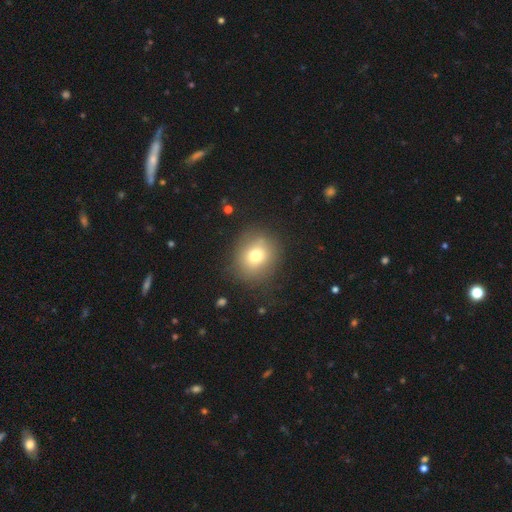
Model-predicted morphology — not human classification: smooth_or_featured: smooth (p=0.75) [alt: featured or disk p=0.13]
how_rounded: round (p=0.76) [alt: in between p=0.23]
merging: none (p=0.81) [alt: minor disturbance p=0.12]